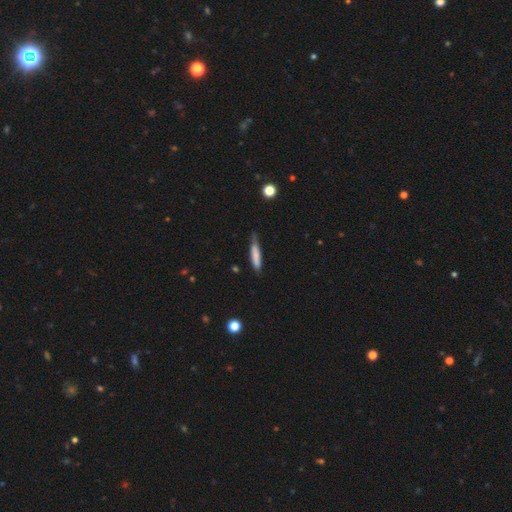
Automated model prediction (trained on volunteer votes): Q: Smooth or featured?
A: smooth (73%); runner-up: featured or disk (21%)
Q: How rounded?
A: cigar-shaped (88%); runner-up: in between (11%)
Q: Merging?
A: none (59%); runner-up: minor disturbance (32%)